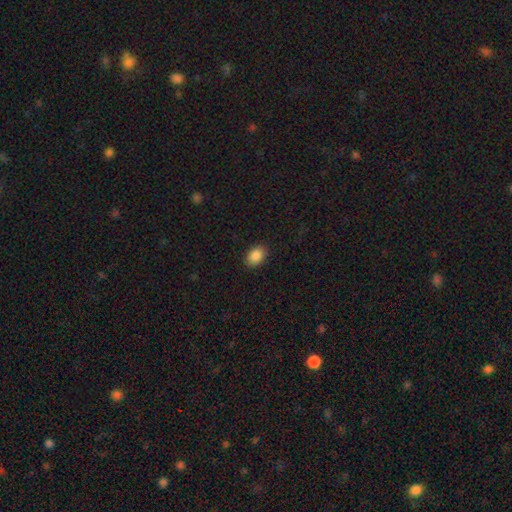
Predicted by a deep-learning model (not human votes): This appears to be a smooth galaxy with no disk features (88%) that is in between round and cigar-shaped (80%). Merging: none (88%).